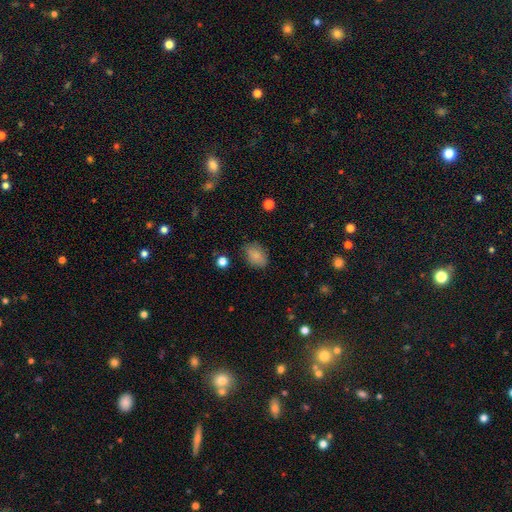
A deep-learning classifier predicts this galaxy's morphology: Smooth or featured? Predicted: smooth (p=0.83). How rounded? Predicted: in between (p=0.81). Merging? Predicted: none (p=0.75).